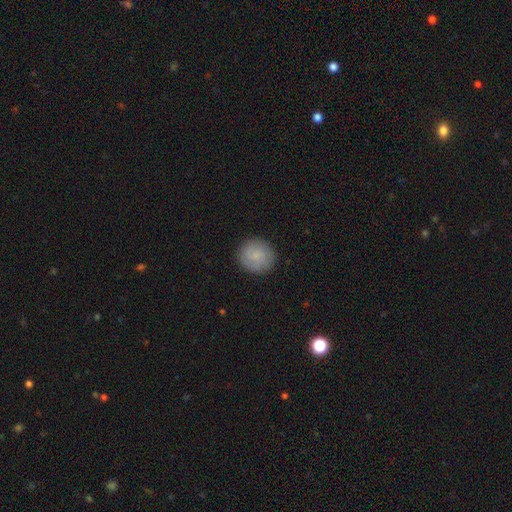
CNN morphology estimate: Smooth or featured? Predicted: smooth (p=0.75). How rounded? Predicted: round (p=0.90). Merging? Predicted: none (p=0.89).